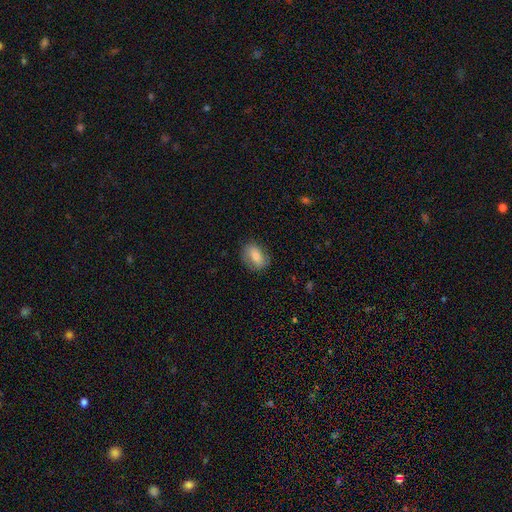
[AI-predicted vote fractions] Smooth or featured: smooth — 69% (featured or disk — 23%)
How rounded: in between — 76% (round — 22%)
Merging: none — 78% (minor disturbance — 16%)